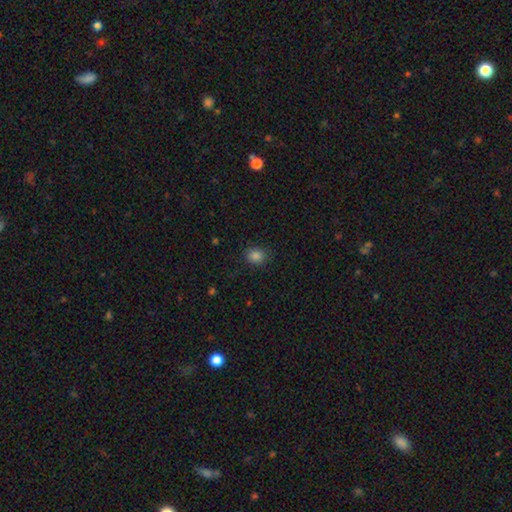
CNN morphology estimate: The model was most divided on "how rounded": round: 62%, in between: 37%, cigar-shaped: 1%. More confident: merging — none (85%); smooth or featured — smooth (84%).